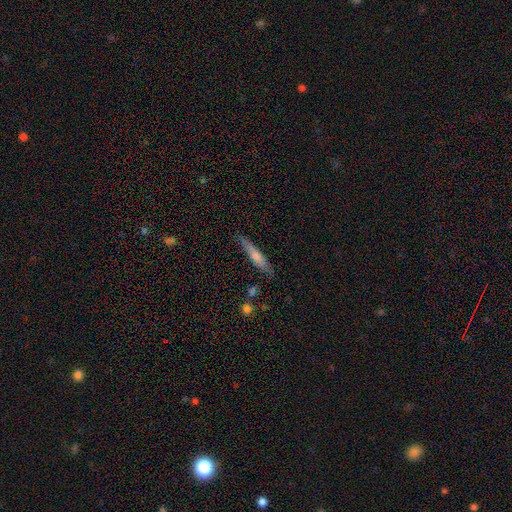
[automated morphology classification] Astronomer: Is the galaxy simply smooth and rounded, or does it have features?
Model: smooth — 64%.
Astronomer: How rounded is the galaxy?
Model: cigar-shaped — 88%.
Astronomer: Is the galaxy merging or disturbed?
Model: none — 73%.